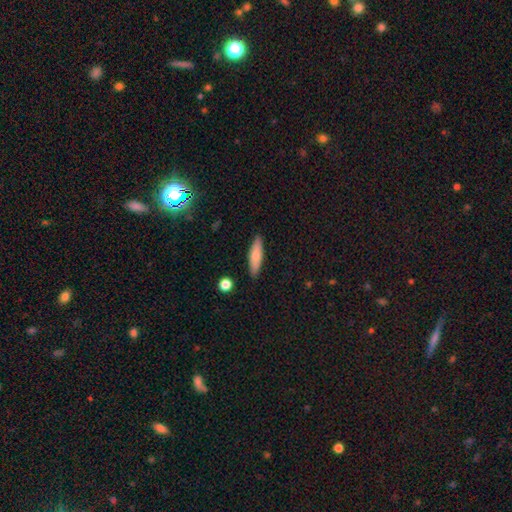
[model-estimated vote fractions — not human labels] A smooth galaxy with no disk features (72%) that is cigar-shaped (65%).

Vote fractions:
- Smooth or featured? smooth: 72% / featured or disk: 22% / star or artifact: 6%
- How rounded? cigar-shaped: 65% / in between: 32% / round: 2%
- Merging? none: 88% / minor disturbance: 9% / major disturbance: 2% / merger: 2%